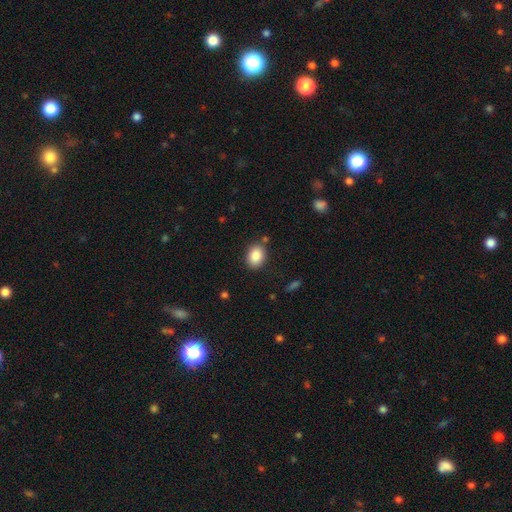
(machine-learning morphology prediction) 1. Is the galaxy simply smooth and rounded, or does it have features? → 86% smooth, 8% star or artifact, 6% featured or disk.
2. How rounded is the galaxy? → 69% in between, 30% round, 1% cigar-shaped.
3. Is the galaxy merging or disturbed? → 83% none, 11% minor disturbance, 4% merger, 3% major disturbance.